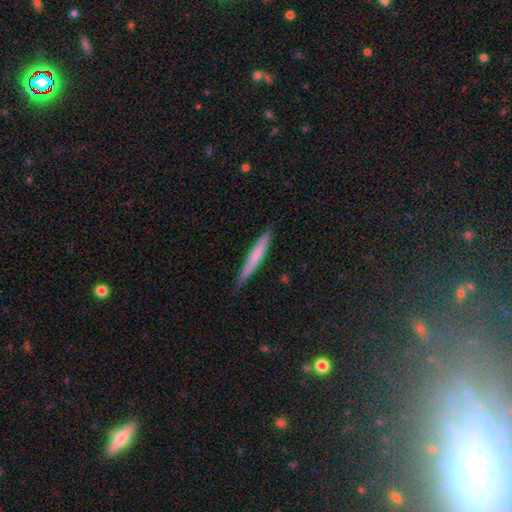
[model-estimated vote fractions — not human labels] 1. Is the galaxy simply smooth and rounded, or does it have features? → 64% smooth, 30% featured or disk, 6% star or artifact.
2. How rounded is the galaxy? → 96% cigar-shaped, 3% in between, 1% round.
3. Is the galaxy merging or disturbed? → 85% none, 12% minor disturbance, 2% major disturbance, 1% merger.